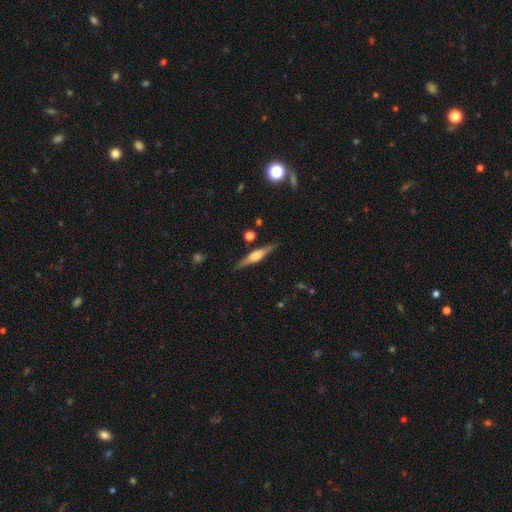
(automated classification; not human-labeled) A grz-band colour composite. It shows a featured or disk galaxy (63%) viewed edge-on (97%) with a rounded central bulge (72%). Merging: none (86%).